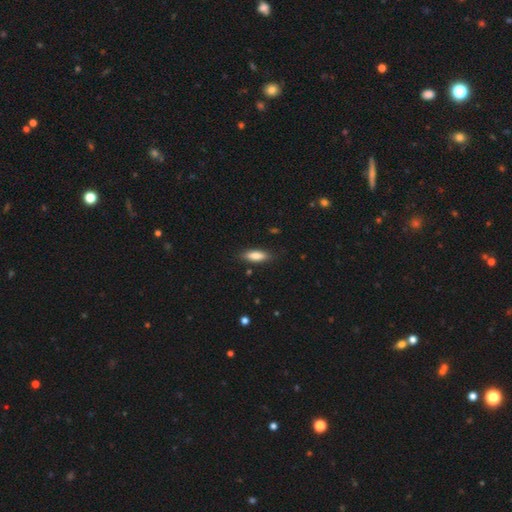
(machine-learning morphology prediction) The model was most divided on "how rounded": in between: 62%, cigar-shaped: 36%, round: 2%. More confident: merging — none (84%); smooth or featured — smooth (82%).